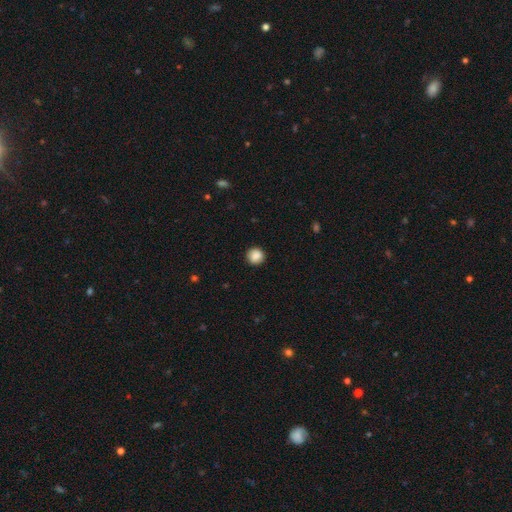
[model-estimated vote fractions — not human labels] Smooth or featured? Predicted: smooth (p=0.88). How rounded? Predicted: round (p=0.92). Merging? Predicted: none (p=0.90).